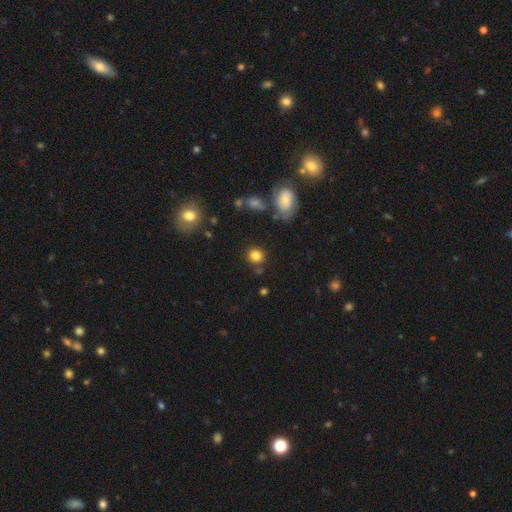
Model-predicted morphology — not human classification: Smooth or featured? Predicted: smooth (p=0.83). How rounded? Predicted: round (p=0.84). Merging? Predicted: none (p=0.80).